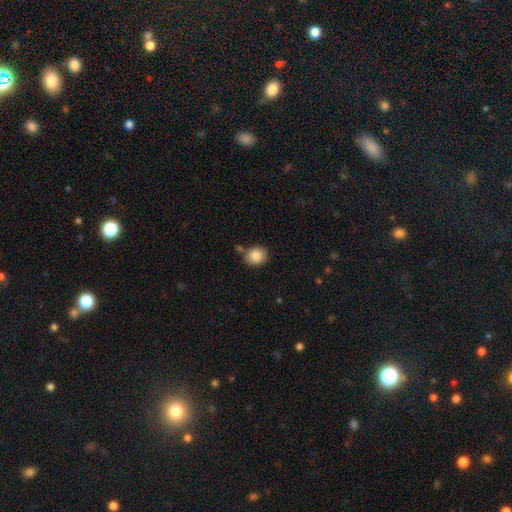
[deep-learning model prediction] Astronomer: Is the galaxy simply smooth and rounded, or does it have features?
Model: smooth — 87%.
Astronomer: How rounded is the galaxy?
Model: round — 70%.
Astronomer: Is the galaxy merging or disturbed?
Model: none — 76%.